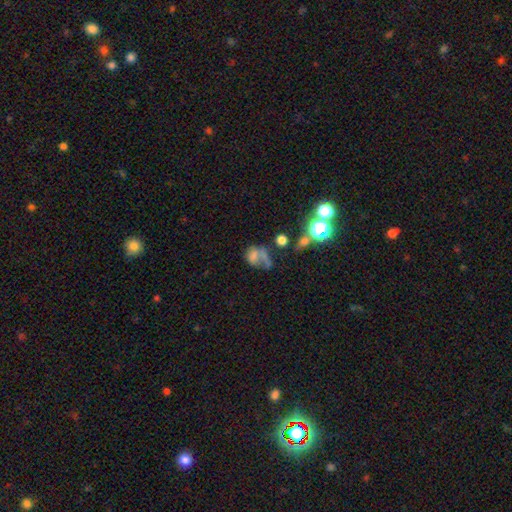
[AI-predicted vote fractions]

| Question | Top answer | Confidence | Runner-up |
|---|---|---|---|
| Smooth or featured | smooth | 52% | featured or disk (29%) |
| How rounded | in between | 62% | round (36%) |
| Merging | major disturbance | 39% | none (23%) |